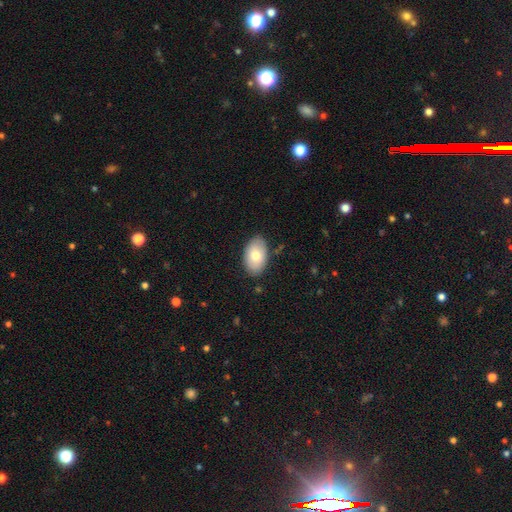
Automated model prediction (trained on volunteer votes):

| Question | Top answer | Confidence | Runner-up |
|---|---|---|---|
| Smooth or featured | smooth | 74% | featured or disk (20%) |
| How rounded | in between | 93% | round (6%) |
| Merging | none | 84% | minor disturbance (12%) |